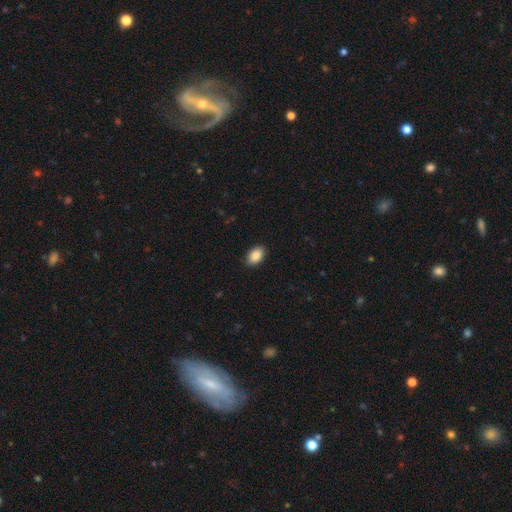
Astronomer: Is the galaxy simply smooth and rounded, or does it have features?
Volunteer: smooth — 92%.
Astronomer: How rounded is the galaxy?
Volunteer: in between — 89%.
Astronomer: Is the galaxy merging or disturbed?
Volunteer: none — 94%.